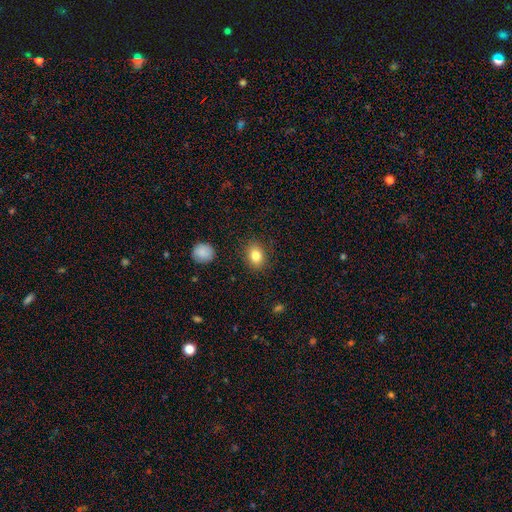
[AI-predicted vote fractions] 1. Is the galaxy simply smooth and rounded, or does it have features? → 82% smooth, 9% star or artifact, 9% featured or disk.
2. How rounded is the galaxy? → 63% in between, 36% round, 1% cigar-shaped.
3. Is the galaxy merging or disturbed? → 87% none, 9% minor disturbance, 3% major disturbance, 1% merger.